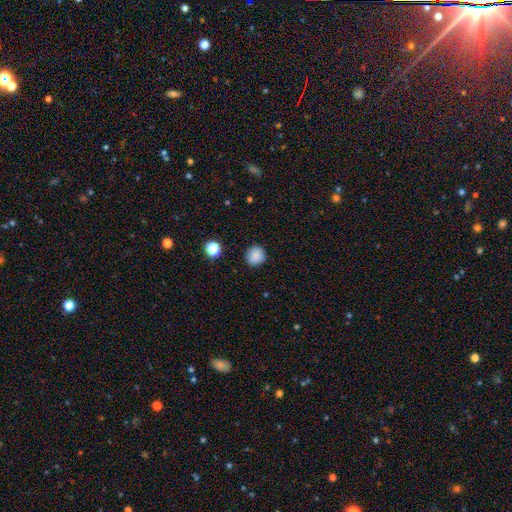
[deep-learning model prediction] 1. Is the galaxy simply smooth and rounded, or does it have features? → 86% smooth, 10% star or artifact, 4% featured or disk.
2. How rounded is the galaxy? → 92% round, 7% in between, 1% cigar-shaped.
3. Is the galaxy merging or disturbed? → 89% none, 7% minor disturbance, 2% major disturbance, 1% merger.